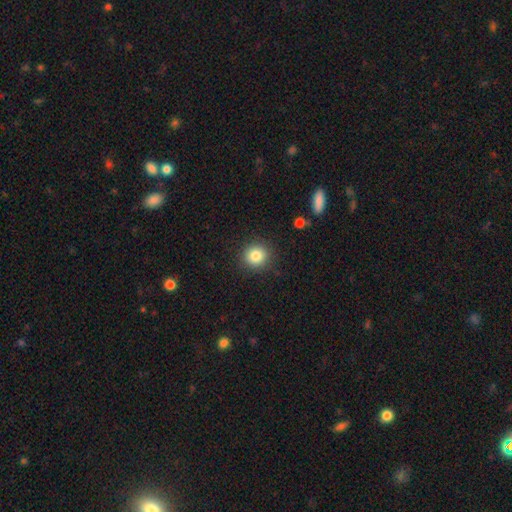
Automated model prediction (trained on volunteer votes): This is clearly a smooth galaxy (83%). How rounded: clearly round (89%). Merging: clearly none (89%).